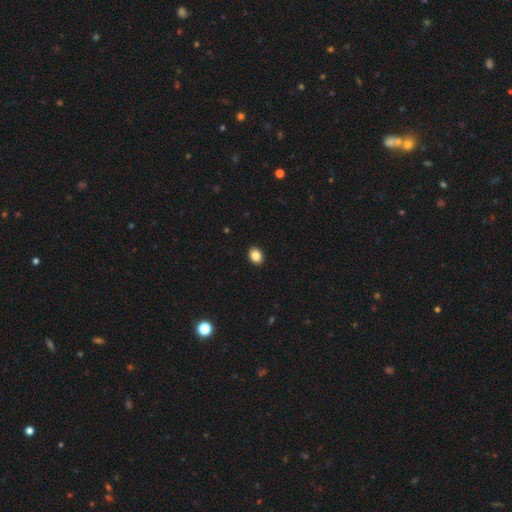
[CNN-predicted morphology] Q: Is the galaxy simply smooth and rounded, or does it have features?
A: smooth — 86%.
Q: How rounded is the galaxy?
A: in between — 59%.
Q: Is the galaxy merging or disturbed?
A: none — 92%.